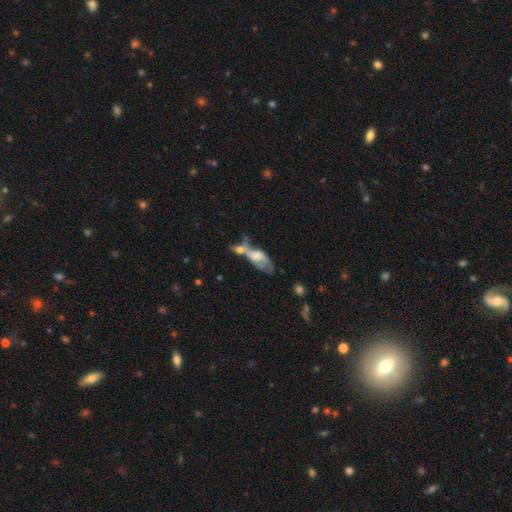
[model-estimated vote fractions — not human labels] This appears to be a smooth galaxy with no disk features (49%). Merging: merger (53%).